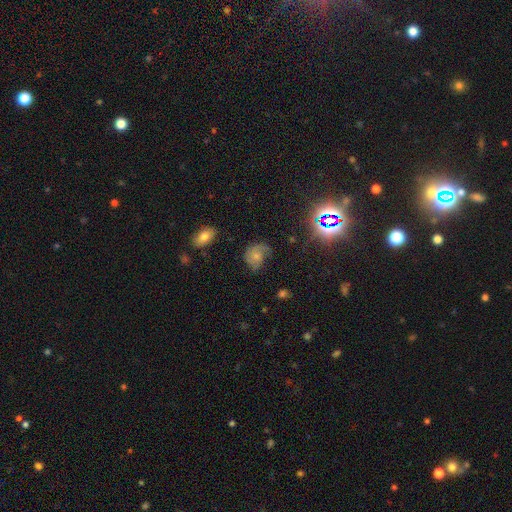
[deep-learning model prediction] featured or disk 51%, smooth 34%, star or artifact 15%. Down the decision tree: edge-on disk — no (96%); merging — none (42%).